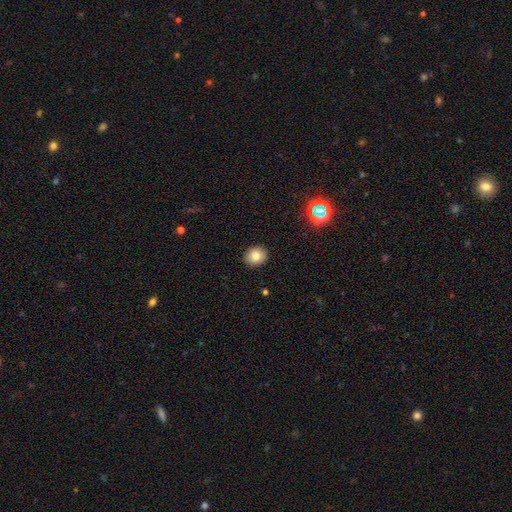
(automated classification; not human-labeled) Morphology: type=smooth (81%); roundness=round (68%); merging=none (91%).